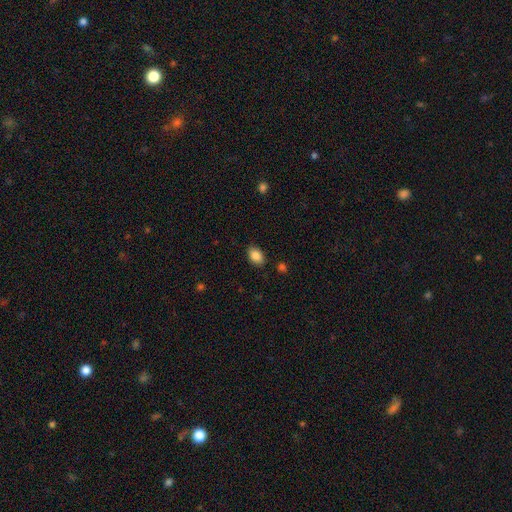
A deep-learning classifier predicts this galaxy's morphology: This appears to be a smooth galaxy with no disk features (86%) that is in between round and cigar-shaped (83%). Merging: none (86%).